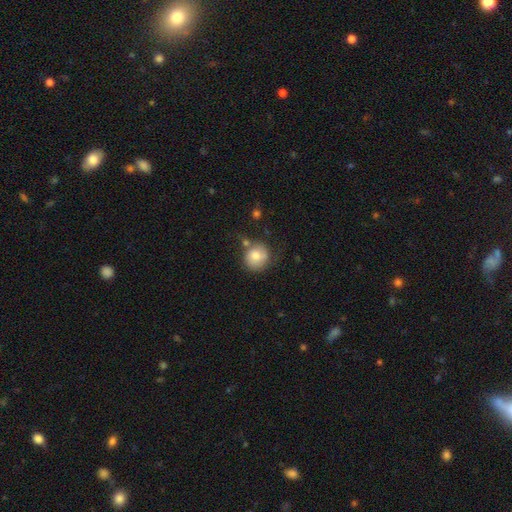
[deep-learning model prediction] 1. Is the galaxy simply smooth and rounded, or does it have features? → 76% smooth, 16% featured or disk, 8% star or artifact.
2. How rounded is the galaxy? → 85% round, 14% in between, 1% cigar-shaped.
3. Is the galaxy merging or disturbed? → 59% none, 22% minor disturbance, 11% merger, 8% major disturbance.